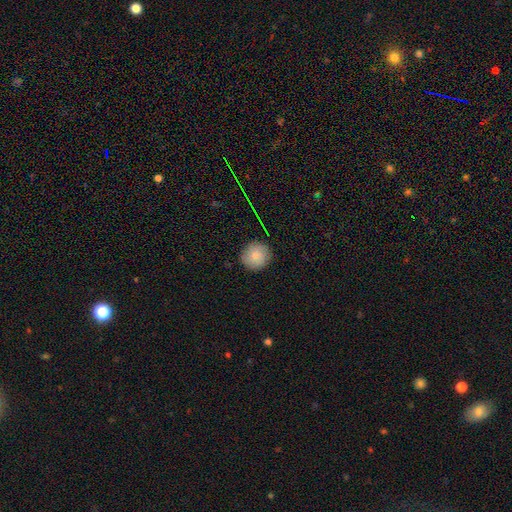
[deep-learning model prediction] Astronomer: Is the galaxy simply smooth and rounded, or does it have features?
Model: smooth — 82%.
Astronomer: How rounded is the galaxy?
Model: round — 92%.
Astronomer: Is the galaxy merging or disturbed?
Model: none — 88%.